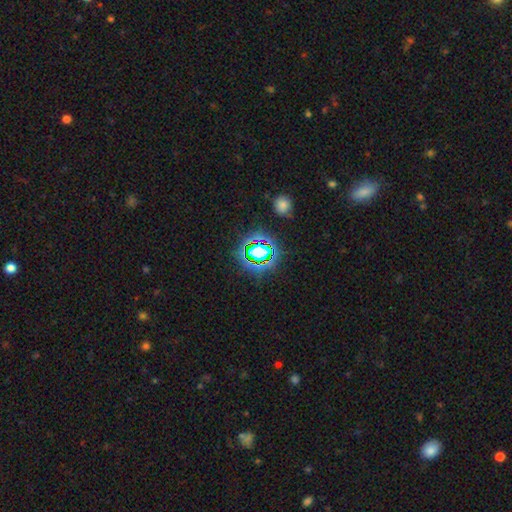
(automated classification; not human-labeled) A star or artifact, not a galaxy (74%).

Vote fractions:
- Smooth or featured? star or artifact: 74% / smooth: 16% / featured or disk: 10%